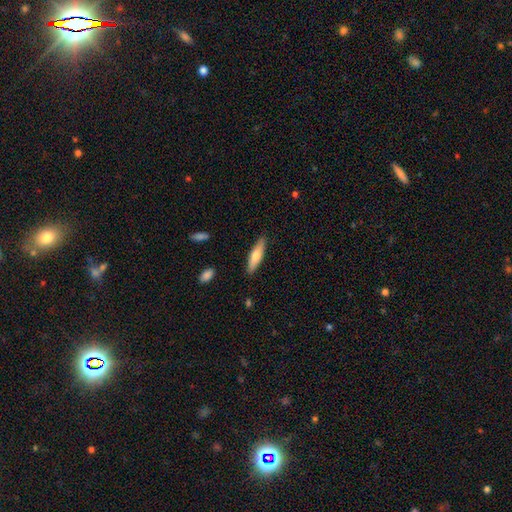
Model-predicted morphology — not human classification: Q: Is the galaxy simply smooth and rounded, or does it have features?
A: smooth — 63%.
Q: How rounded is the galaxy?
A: cigar-shaped — 73%.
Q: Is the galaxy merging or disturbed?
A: none — 88%.